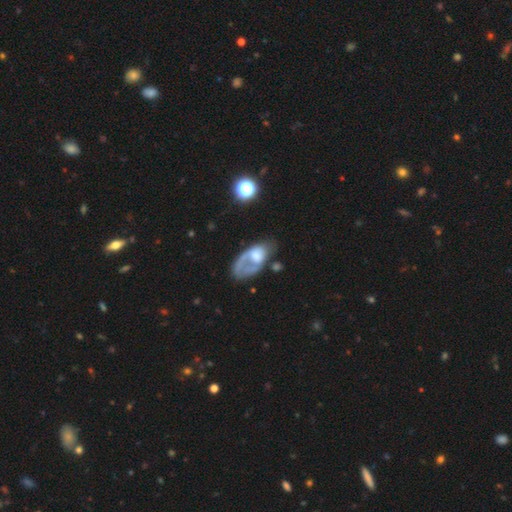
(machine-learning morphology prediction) Q: Smooth or featured?
A: featured or disk (57%); runner-up: smooth (35%)
Q: Edge-on disk?
A: no (93%); runner-up: yes (7%)
Q: Bar?
A: no (80%); runner-up: weak (16%)
Q: Spiral arms?
A: yes (52%); runner-up: no (48%)
Q: Bulge size?
A: moderate (40%); runner-up: large (23%)
Q: Merging?
A: major disturbance (38%); runner-up: none (34%)